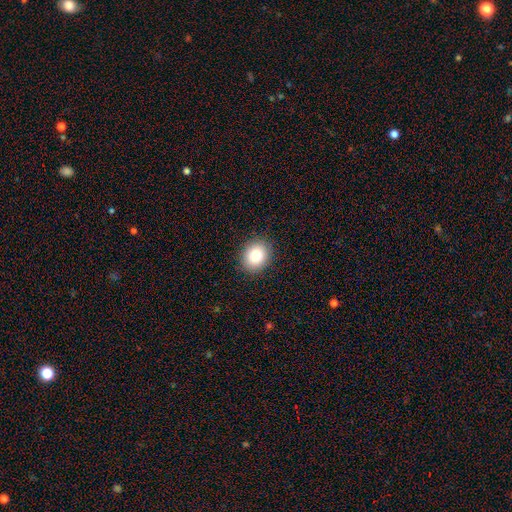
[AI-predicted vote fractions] Q: Smooth or featured?
A: smooth (84%); runner-up: star or artifact (9%)
Q: How rounded?
A: round (62%); runner-up: in between (38%)
Q: Merging?
A: none (89%); runner-up: minor disturbance (8%)